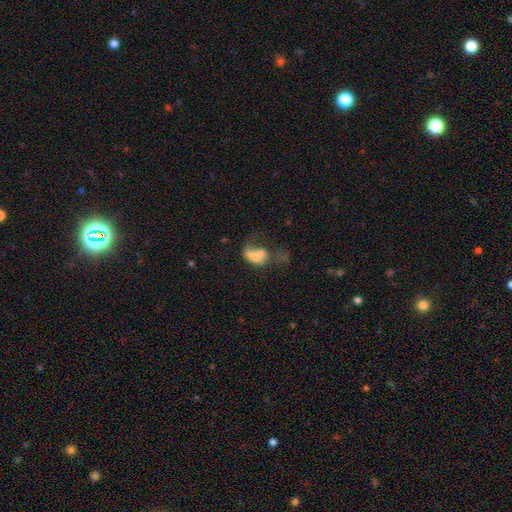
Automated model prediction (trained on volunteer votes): The model was most divided on "merging": merger: 48%, major disturbance: 27%, none: 14%, minor disturbance: 11%. More confident: how rounded — in between (80%); smooth or featured — smooth (57%).